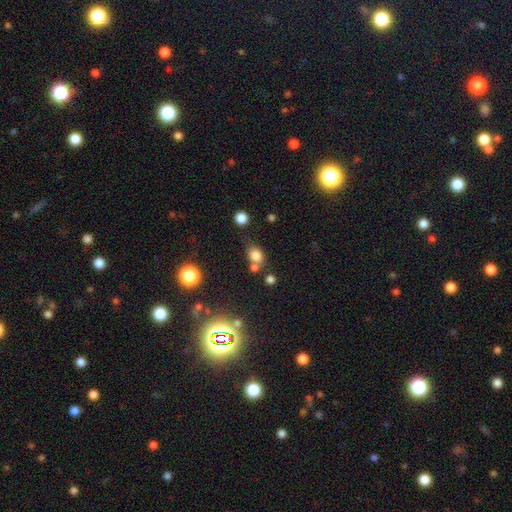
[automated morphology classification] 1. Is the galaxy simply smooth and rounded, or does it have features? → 77% smooth, 15% star or artifact, 8% featured or disk.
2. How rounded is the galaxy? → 52% round, 46% in between, 1% cigar-shaped.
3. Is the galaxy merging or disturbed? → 53% none, 26% merger, 15% minor disturbance, 6% major disturbance.